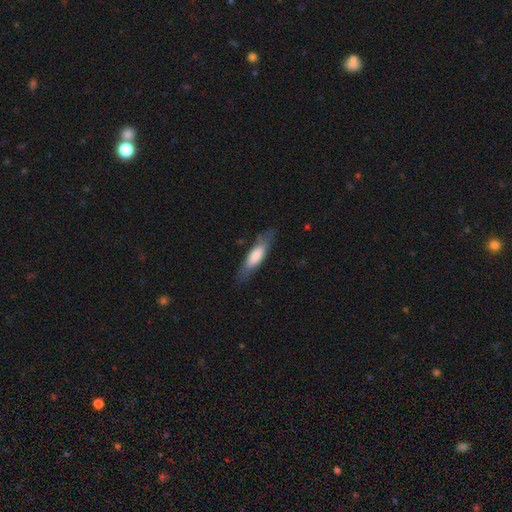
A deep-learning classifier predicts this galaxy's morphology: Smooth or featured? Predicted: smooth (p=0.65). How rounded? Predicted: cigar-shaped (p=0.62). Merging? Predicted: none (p=0.74).